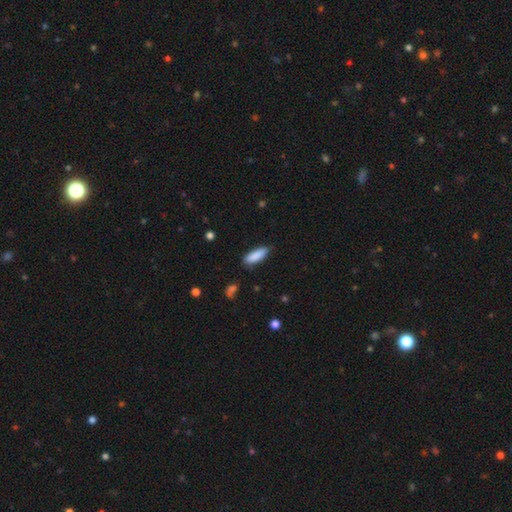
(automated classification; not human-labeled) smooth-or-featured: smooth: 88% | star or artifact: 6% | featured or disk: 6%
  how-rounded: in between: 52% | cigar-shaped: 47% | round: 1%
  merging: none: 84% | minor disturbance: 12% | major disturbance: 2% | merger: 2%